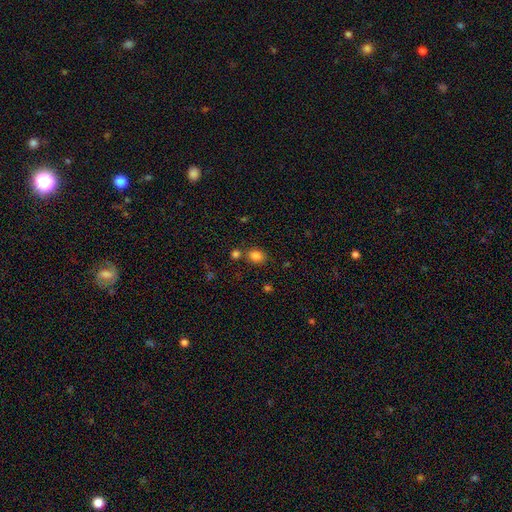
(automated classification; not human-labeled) smooth-or-featured: smooth: 83% | star or artifact: 12% | featured or disk: 6%
  how-rounded: round: 51% | in between: 48% | cigar-shaped: 1%
  merging: none: 72% | merger: 13% | minor disturbance: 11% | major disturbance: 4%